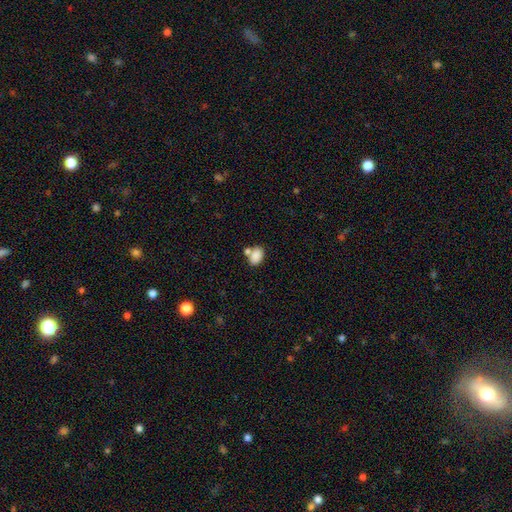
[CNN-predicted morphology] smooth 85%, star or artifact 9%, featured or disk 6%. Down the decision tree: how rounded — in between (81%); merging — none (53%).